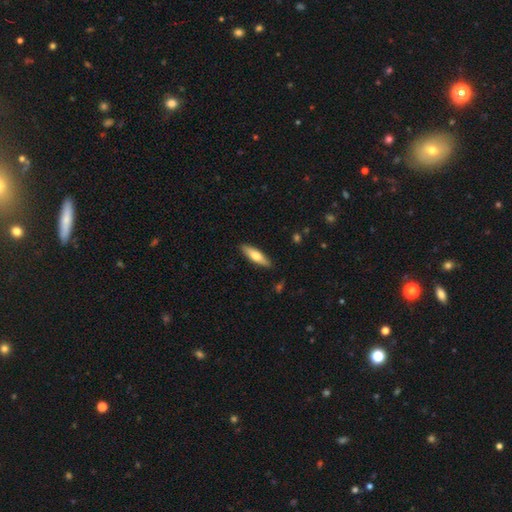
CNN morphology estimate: type=smooth (65%); roundness=cigar-shaped (61%); merging=none (89%).